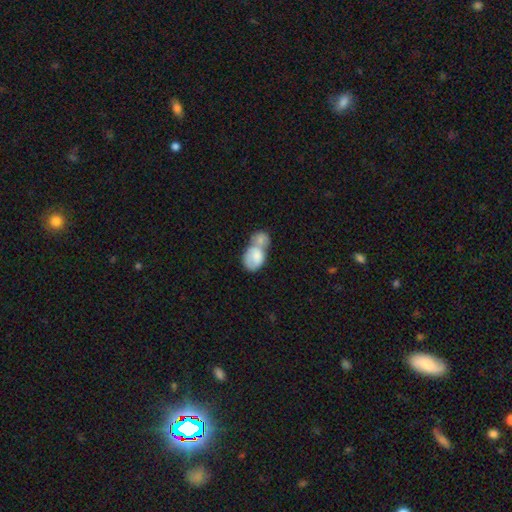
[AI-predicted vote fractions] The model was most divided on "smooth or featured": smooth: 73%, featured or disk: 21%, star or artifact: 6%. More confident: how rounded — in between (79%); merging — merger (74%).